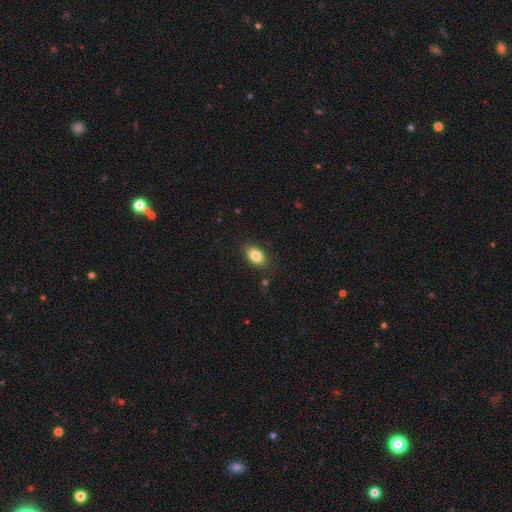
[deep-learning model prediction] Smooth or featured? Predicted: smooth (p=0.84). How rounded? Predicted: in between (p=0.90). Merging? Predicted: none (p=0.85).